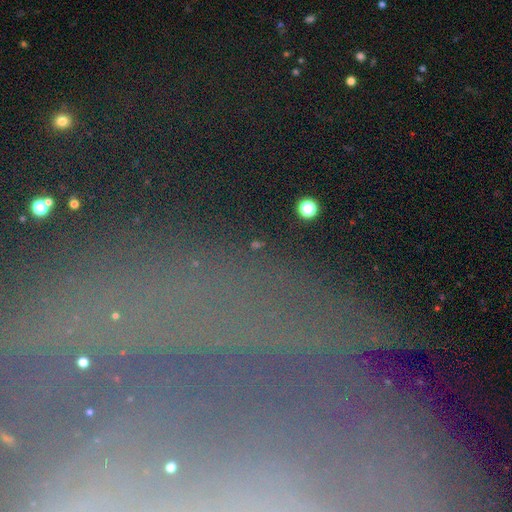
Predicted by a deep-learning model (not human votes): Morphology: type=star or artifact (58%).